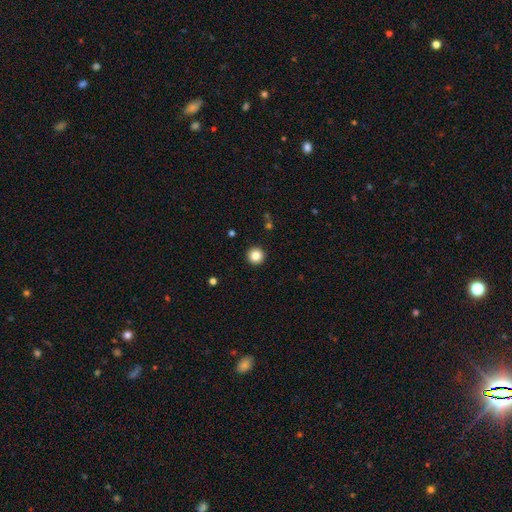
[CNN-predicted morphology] type=smooth (85%); roundness=round (96%); merging=none (93%).